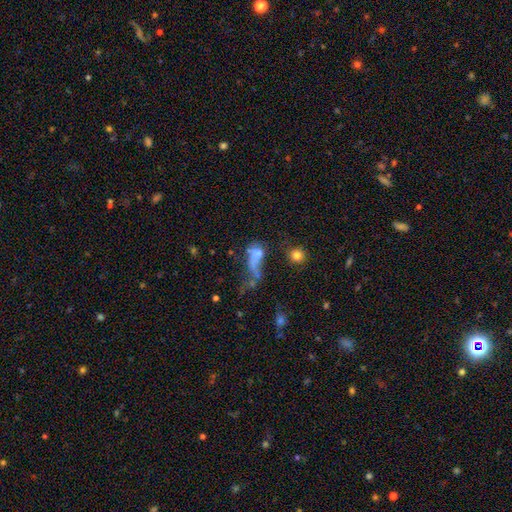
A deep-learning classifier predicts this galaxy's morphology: Smooth or featured?
  - smooth: 53% *
  - featured or disk: 28%
  - star or artifact: 18%
How rounded?
  - in between: 63% *
  - round: 22%
  - cigar-shaped: 15%
Merging?
  - major disturbance: 40% *
  - merger: 29%
  - none: 18%
  - minor disturbance: 13%